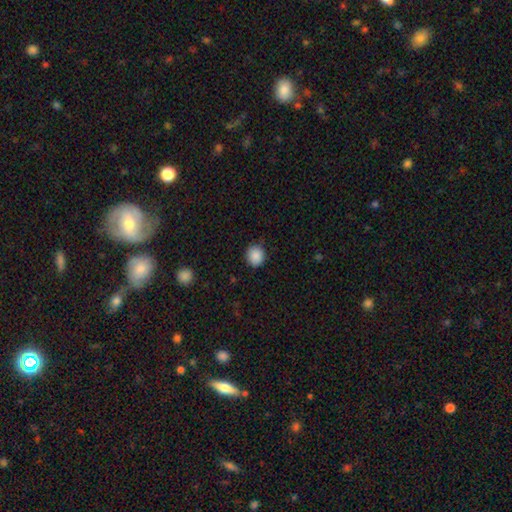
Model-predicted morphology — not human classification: type=smooth (89%); roundness=round (84%); merging=none (88%).